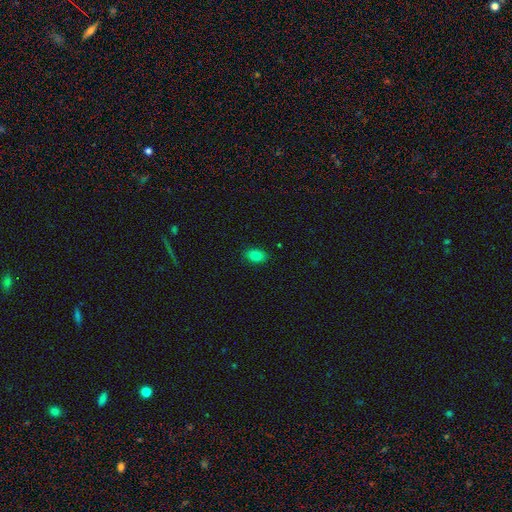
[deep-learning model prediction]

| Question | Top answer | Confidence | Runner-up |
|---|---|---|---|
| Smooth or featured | smooth | 81% | star or artifact (11%) |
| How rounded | in between | 82% | round (16%) |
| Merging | none | 87% | minor disturbance (10%) |